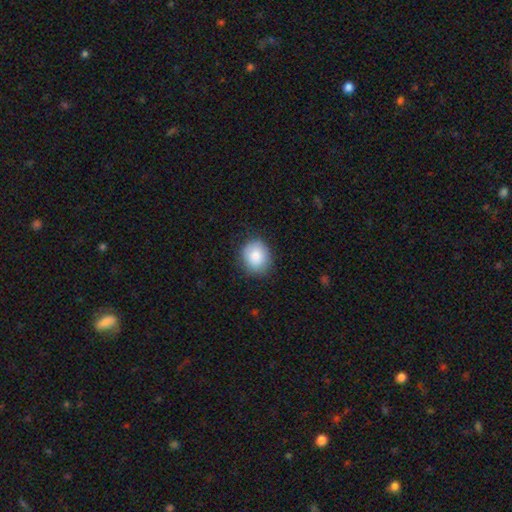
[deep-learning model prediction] A smooth galaxy with no disk features (84%) that is round (71%).

Vote fractions:
- Smooth or featured? smooth: 84% / featured or disk: 8% / star or artifact: 8%
- How rounded? round: 71% / in between: 28% / cigar-shaped: 1%
- Merging? none: 82% / minor disturbance: 14% / major disturbance: 3% / merger: 1%